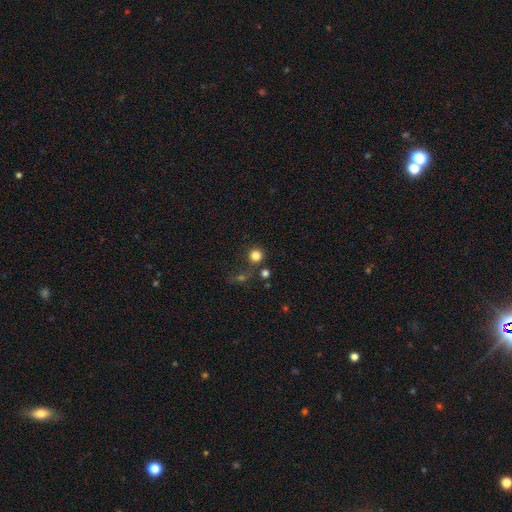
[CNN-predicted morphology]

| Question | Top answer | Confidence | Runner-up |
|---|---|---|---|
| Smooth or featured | smooth | 81% | star or artifact (14%) |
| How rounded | round | 93% | in between (6%) |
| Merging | none | 75% | merger (12%) |